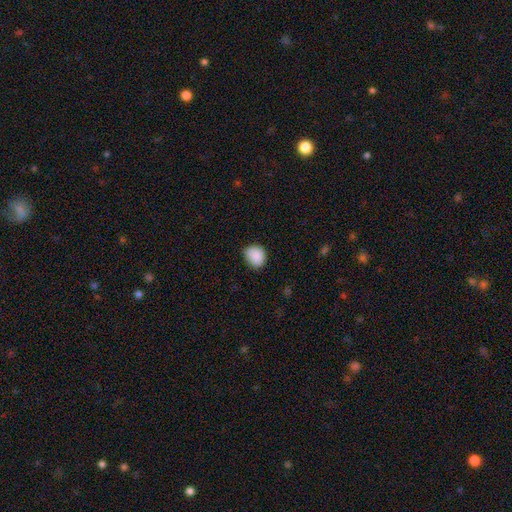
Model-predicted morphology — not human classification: smooth-or-featured: smooth: 89% | star or artifact: 8% | featured or disk: 4%
  how-rounded: round: 60% | in between: 39% | cigar-shaped: 1%
  merging: none: 76% | minor disturbance: 20% | major disturbance: 3% | merger: 1%